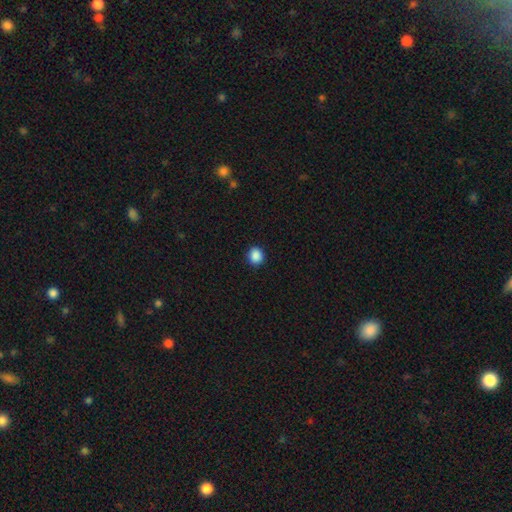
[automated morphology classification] Smooth or featured? smooth (88%)
How rounded? round (80%)
Merging? none (90%)